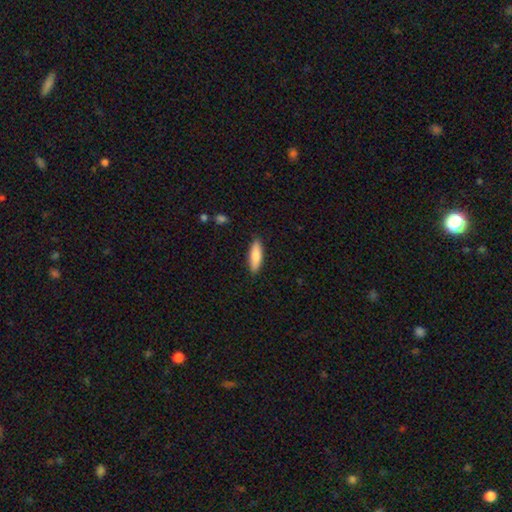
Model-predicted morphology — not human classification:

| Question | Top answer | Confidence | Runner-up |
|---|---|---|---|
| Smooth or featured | smooth | 82% | featured or disk (13%) |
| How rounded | cigar-shaped | 53% | in between (46%) |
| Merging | none | 88% | minor disturbance (9%) |